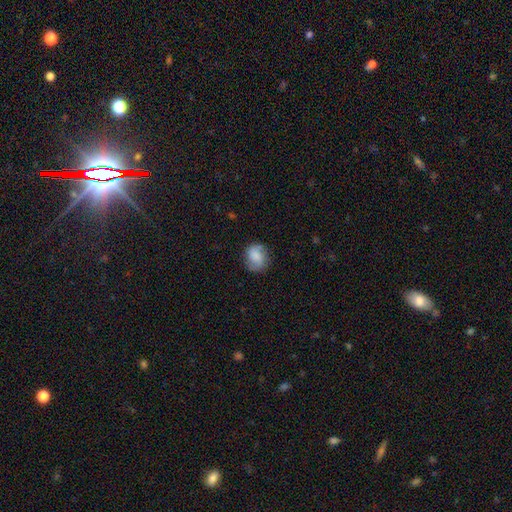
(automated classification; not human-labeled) Morphology: type=smooth (66%); roundness=round (64%); merging=none (73%).